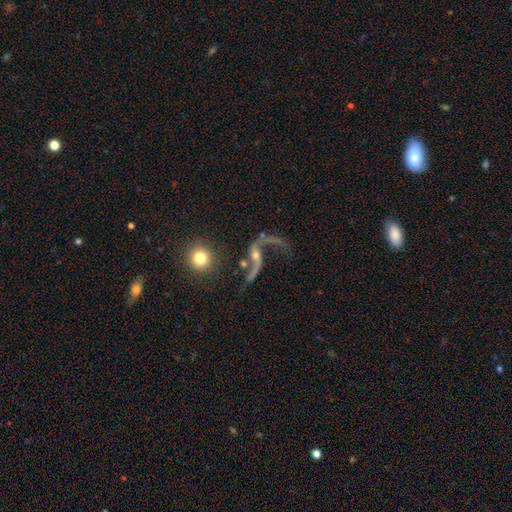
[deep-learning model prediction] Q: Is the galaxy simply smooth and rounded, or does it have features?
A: featured or disk — 87%.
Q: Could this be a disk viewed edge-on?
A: no — 94%.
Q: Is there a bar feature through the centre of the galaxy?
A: no — 52%.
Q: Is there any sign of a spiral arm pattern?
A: yes — 94%.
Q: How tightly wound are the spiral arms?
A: loose — 93%.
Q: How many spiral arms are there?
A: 2 — 89%.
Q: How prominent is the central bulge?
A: small — 53%.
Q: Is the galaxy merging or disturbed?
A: none — 48%.